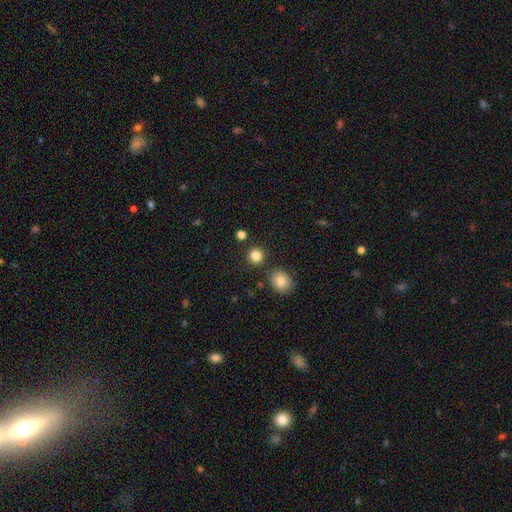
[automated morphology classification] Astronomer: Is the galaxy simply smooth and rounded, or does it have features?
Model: smooth — 84%.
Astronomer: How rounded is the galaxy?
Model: round — 90%.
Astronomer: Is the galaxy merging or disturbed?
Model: none — 86%.